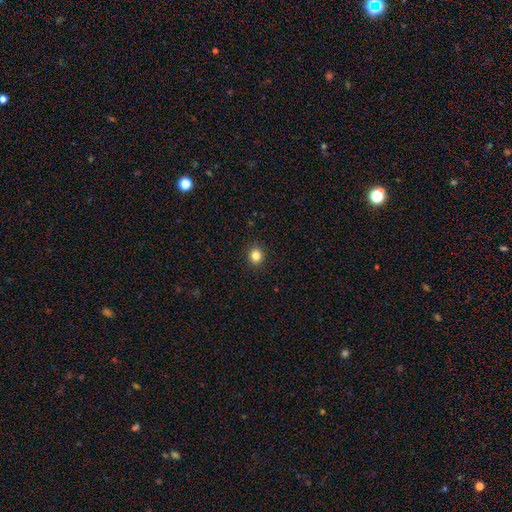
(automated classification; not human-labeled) Overall: smooth (84%). How rounded: round (79%). Merging: none (91%).